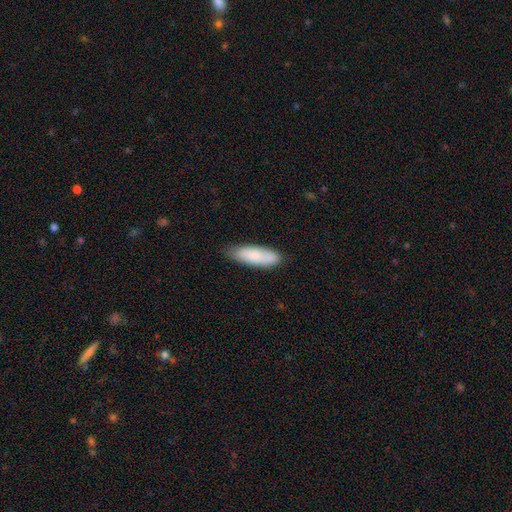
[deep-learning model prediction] Smooth or featured? Predicted: smooth (p=0.81). How rounded? Predicted: in between (p=0.55). Merging? Predicted: none (p=0.77).